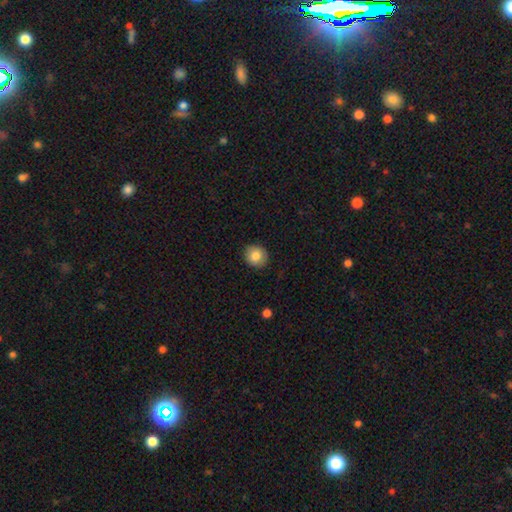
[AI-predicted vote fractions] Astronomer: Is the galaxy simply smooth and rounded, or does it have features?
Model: smooth — 82%.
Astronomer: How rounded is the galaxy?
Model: round — 87%.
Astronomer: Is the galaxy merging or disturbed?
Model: none — 89%.